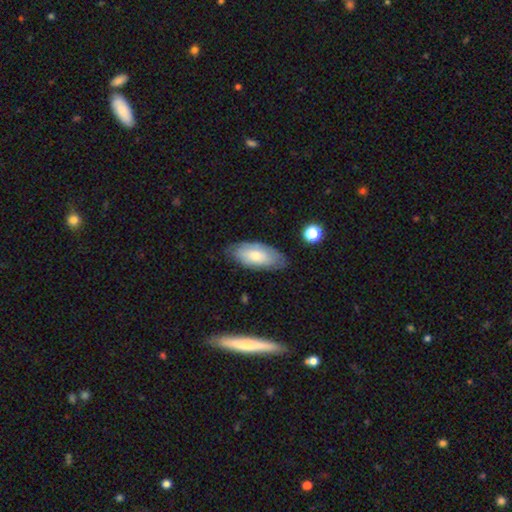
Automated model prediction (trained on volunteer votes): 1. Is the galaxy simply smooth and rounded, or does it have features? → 64% smooth, 30% featured or disk, 6% star or artifact.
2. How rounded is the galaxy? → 91% in between, 7% cigar-shaped, 2% round.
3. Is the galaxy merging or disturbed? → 74% none, 20% minor disturbance, 4% major disturbance, 2% merger.